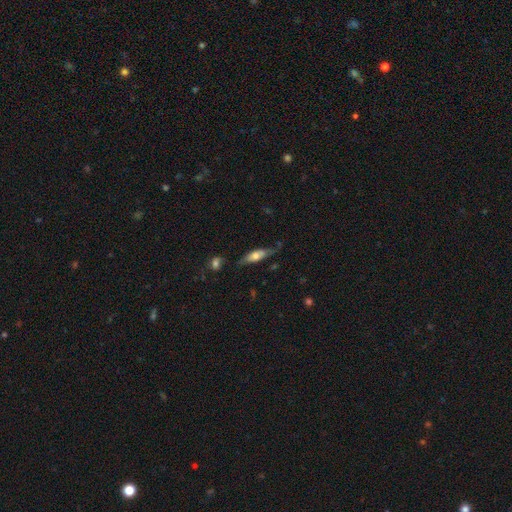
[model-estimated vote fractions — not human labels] This appears to be a smooth galaxy with no disk features (49%). Merging: none (61%).